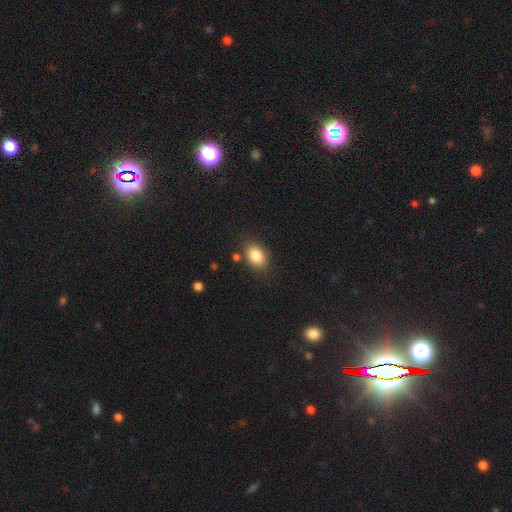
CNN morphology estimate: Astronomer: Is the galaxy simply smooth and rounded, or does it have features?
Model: smooth — 84%.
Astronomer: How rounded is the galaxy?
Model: in between — 79%.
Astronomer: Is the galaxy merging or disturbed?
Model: none — 79%.